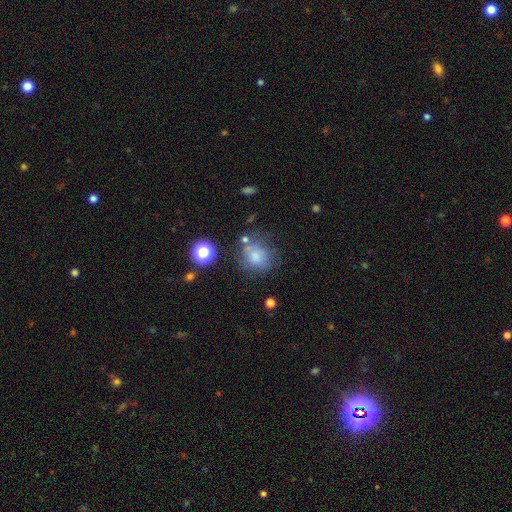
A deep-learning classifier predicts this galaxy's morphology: This appears to be a smooth galaxy with no disk features (72%) that is round (71%). Merging: none (58%).